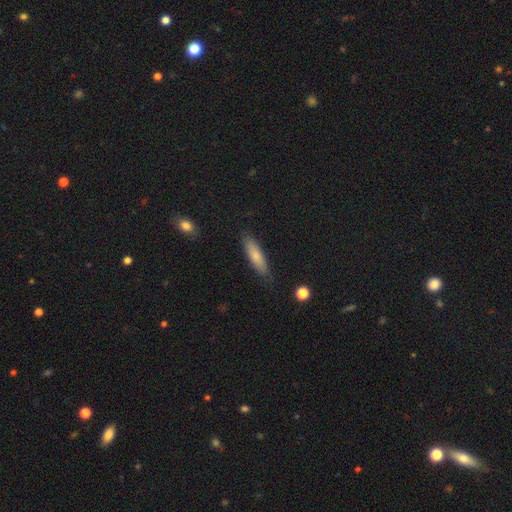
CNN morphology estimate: smooth 75%, featured or disk 19%, star or artifact 6%. Down the decision tree: how rounded — cigar-shaped (67%); merging — none (84%).